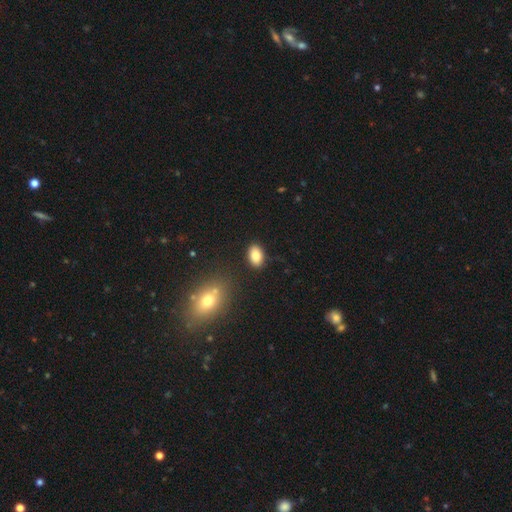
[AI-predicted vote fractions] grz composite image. It shows a smooth galaxy with no disk features (85%) that is in between round and cigar-shaped (89%). Merging: none (87%).